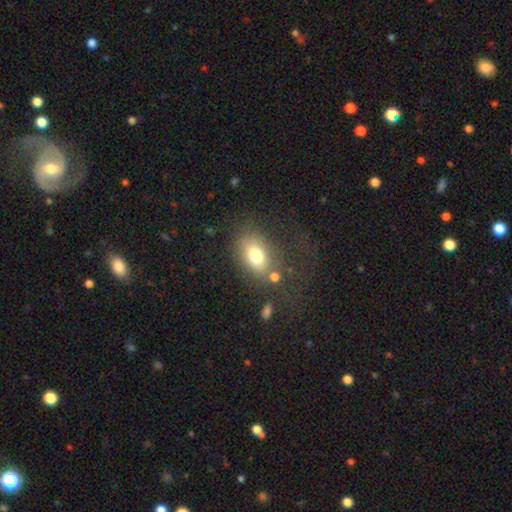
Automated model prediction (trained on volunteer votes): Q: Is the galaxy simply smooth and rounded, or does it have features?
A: smooth — 75%.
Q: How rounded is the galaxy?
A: in between — 78%.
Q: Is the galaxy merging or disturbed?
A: none — 63%.